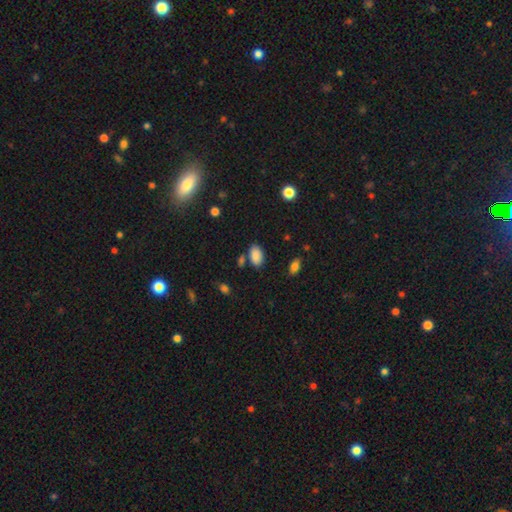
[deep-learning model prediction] Q: Smooth or featured?
A: smooth (87%); runner-up: star or artifact (9%)
Q: How rounded?
A: in between (92%); runner-up: round (6%)
Q: Merging?
A: none (75%); runner-up: minor disturbance (13%)